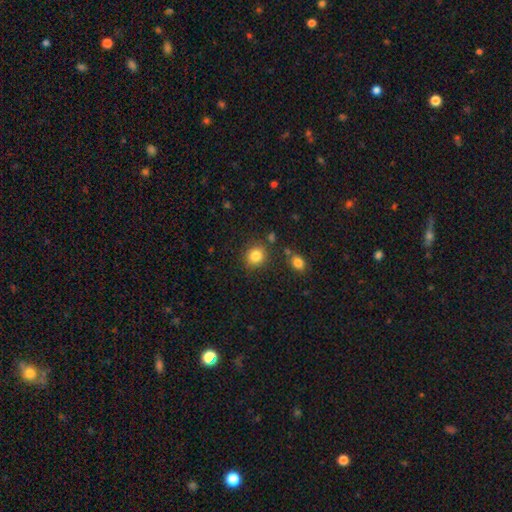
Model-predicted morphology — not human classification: smooth-or-featured: smooth: 84% | star or artifact: 11% | featured or disk: 5%
  how-rounded: round: 83% | in between: 16% | cigar-shaped: 1%
  merging: none: 83% | minor disturbance: 9% | merger: 4% | major disturbance: 3%